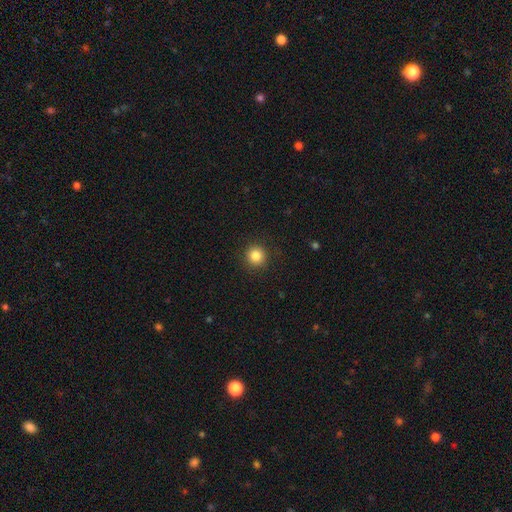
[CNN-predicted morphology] smooth_or_featured: smooth (p=0.85) [alt: star or artifact p=0.11]
how_rounded: round (p=0.93) [alt: in between p=0.06]
merging: none (p=0.91) [alt: minor disturbance p=0.06]